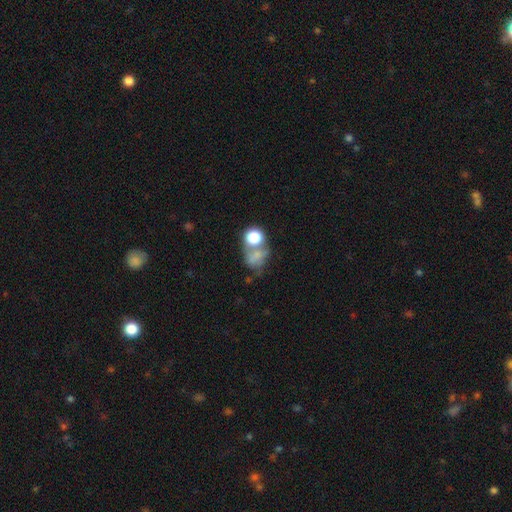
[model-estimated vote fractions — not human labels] smooth-or-featured: smooth: 62% | featured or disk: 23% | star or artifact: 15%
  how-rounded: round: 51% | in between: 48% | cigar-shaped: 2%
  merging: merger: 42% | none: 27% | major disturbance: 17% | minor disturbance: 14%